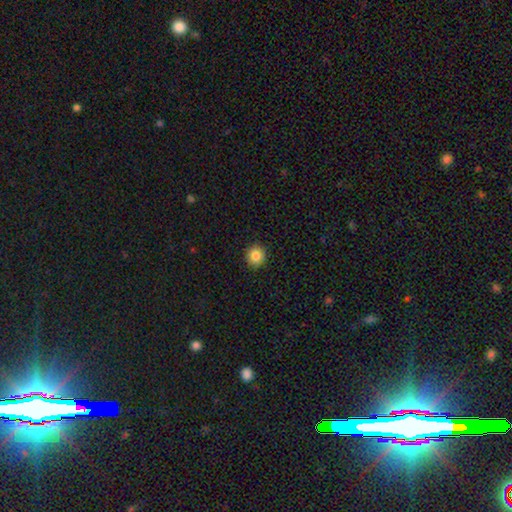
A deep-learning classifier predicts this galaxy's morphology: Smooth or featured?
  - smooth: 86% *
  - star or artifact: 10%
  - featured or disk: 5%
How rounded?
  - round: 89% *
  - in between: 10%
  - cigar-shaped: 1%
Merging?
  - none: 92% *
  - minor disturbance: 6%
  - major disturbance: 2%
  - merger: 1%